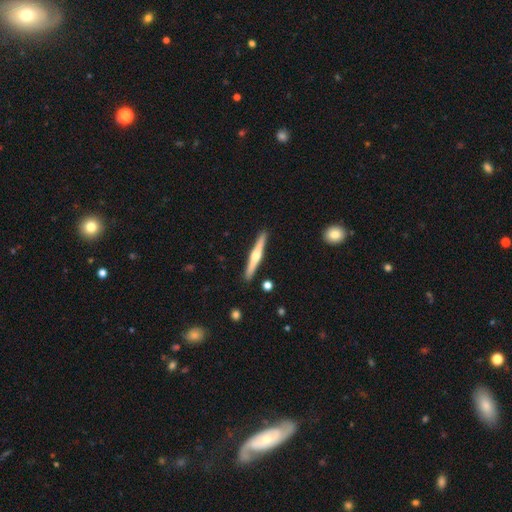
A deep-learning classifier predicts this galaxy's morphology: type=featured or disk (67%); edge-on=yes (98%); edge-on bulge=rounded (88%); merging=none (91%).